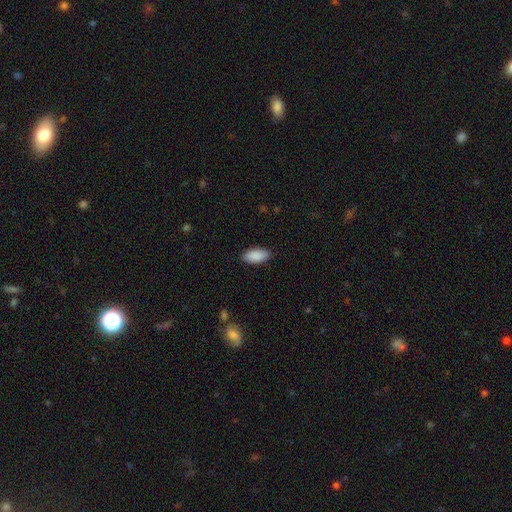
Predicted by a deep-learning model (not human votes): This appears to be a smooth galaxy with no disk features (91%) that is in between round and cigar-shaped (92%). Merging: none (88%).